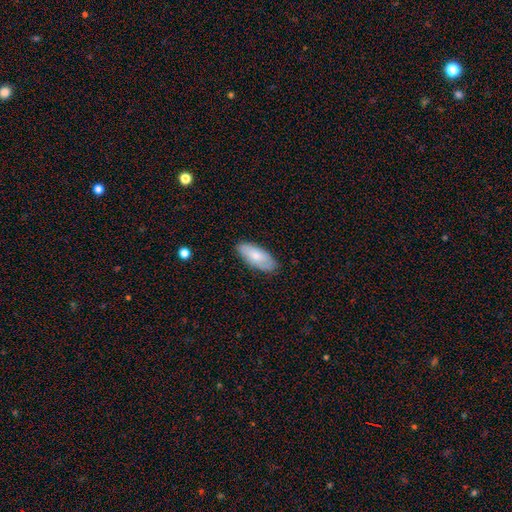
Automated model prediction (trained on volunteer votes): smooth 74%, featured or disk 20%, star or artifact 6%. Down the decision tree: how rounded — in between (84%); merging — none (82%).